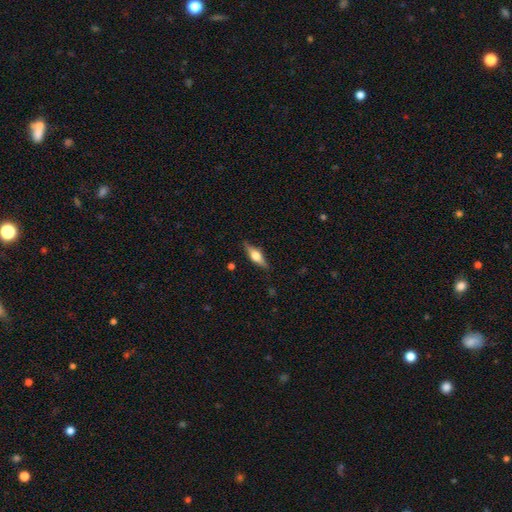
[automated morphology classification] This is possibly a featured or disk galaxy (59%). It is clearly viewed edge-on (95%). Edge-on bulge: clearly rounded (92%). Merging: clearly none (86%).